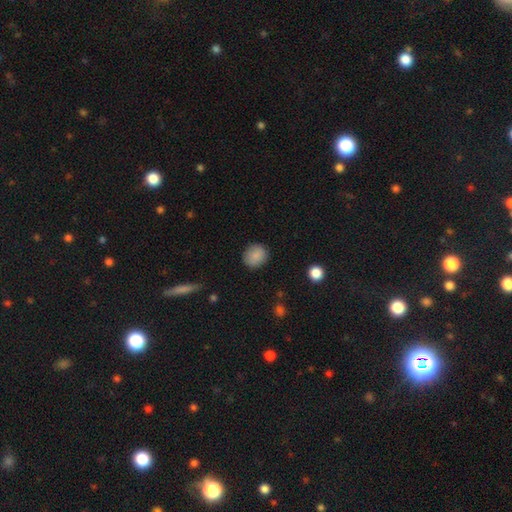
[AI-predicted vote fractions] smooth 88%, star or artifact 8%, featured or disk 4%. Down the decision tree: how rounded — round (79%); merging — none (88%).